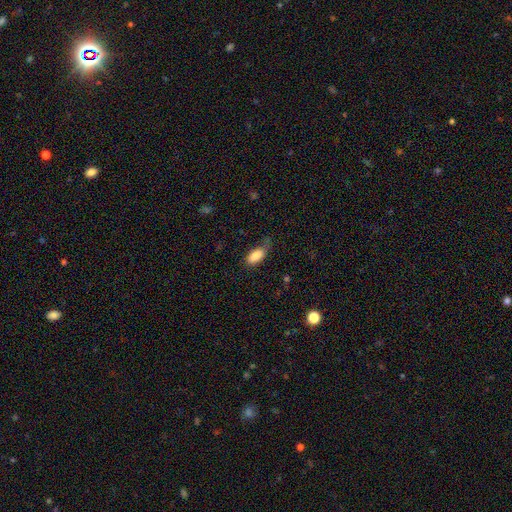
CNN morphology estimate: smooth_or_featured: smooth (p=0.86) [alt: star or artifact p=0.07]
how_rounded: in between (p=0.90) [alt: cigar-shaped p=0.07]
merging: none (p=0.56) [alt: minor disturbance p=0.30]